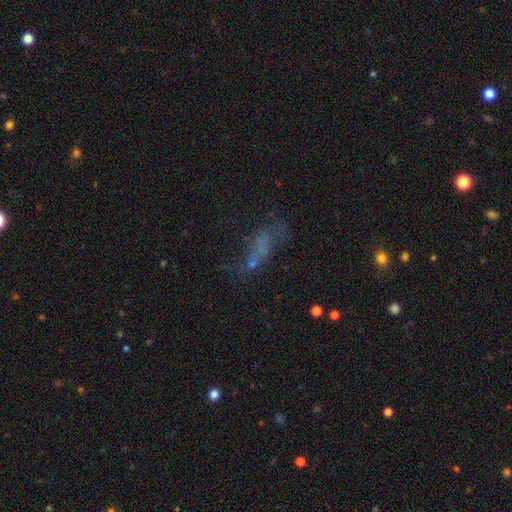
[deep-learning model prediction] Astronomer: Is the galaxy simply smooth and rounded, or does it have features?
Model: smooth — 38% (runner-up: featured or disk, 32%).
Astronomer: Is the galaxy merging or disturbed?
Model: none — 38% (runner-up: major disturbance, 34%).